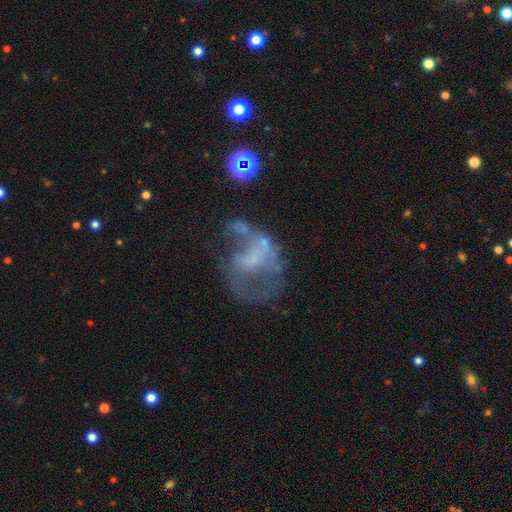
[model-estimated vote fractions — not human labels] featured or disk 60%, smooth 22%, star or artifact 18%. Down the decision tree: edge-on disk — no (98%); bar — no (75%); spiral arms — no (74%); bulge size — none (60%); merging — major disturbance (42%).